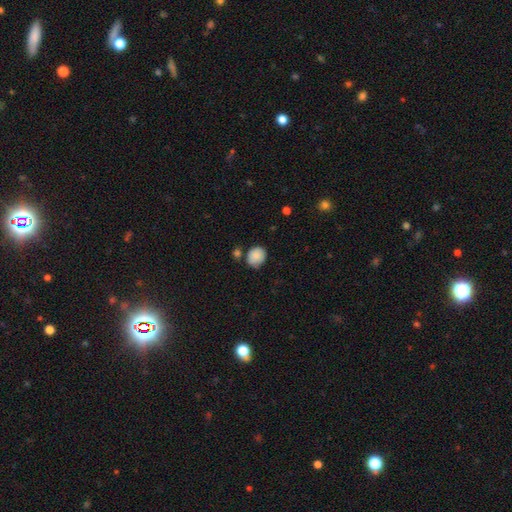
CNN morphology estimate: smooth_or_featured: smooth (p=0.85) [alt: star or artifact p=0.08]
how_rounded: round (p=0.68) [alt: in between p=0.31]
merging: none (p=0.67) [alt: minor disturbance p=0.20]